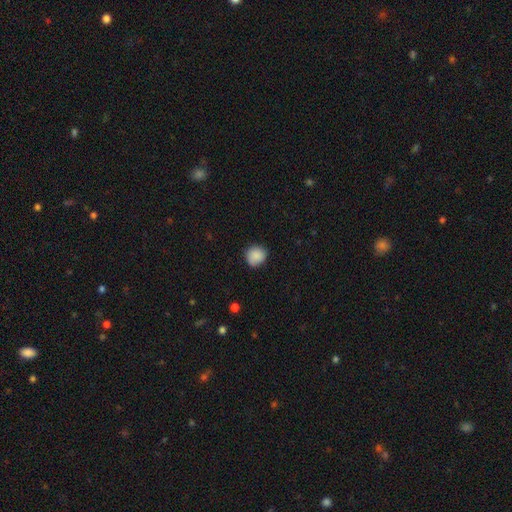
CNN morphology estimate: This appears to be a smooth galaxy with no disk features (87%) that is round (86%). Merging: none (81%).